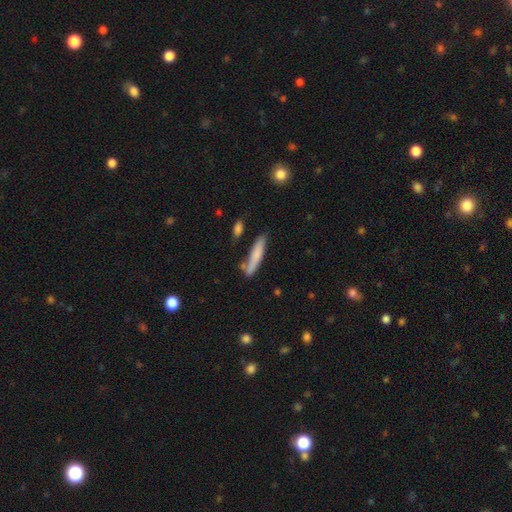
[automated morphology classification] A smooth galaxy with no disk features (74%) that is cigar-shaped (87%). Merging: none (70%).